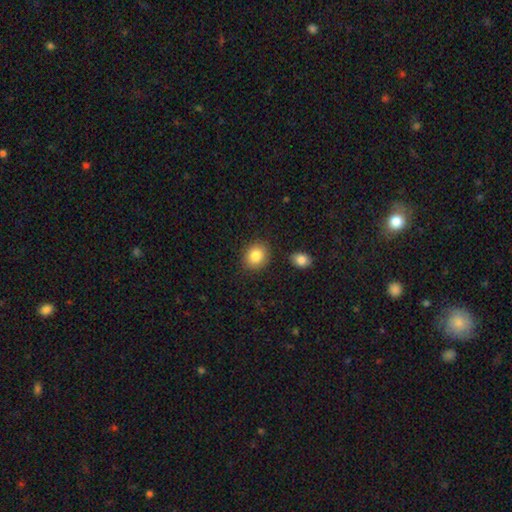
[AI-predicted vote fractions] Smooth or featured? Predicted: smooth (p=0.86). How rounded? Predicted: round (p=0.60). Merging? Predicted: none (p=0.85).